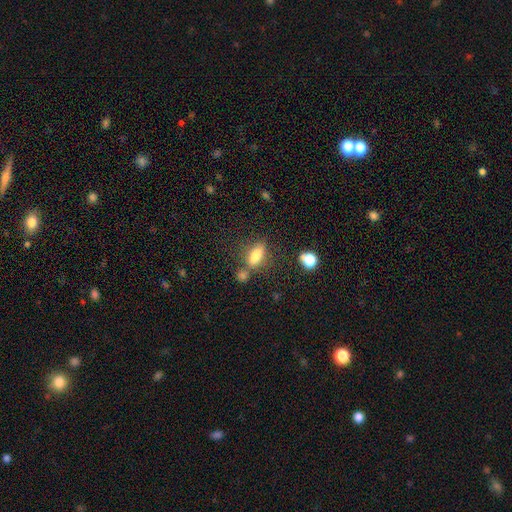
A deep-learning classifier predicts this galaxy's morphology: Smooth or featured? smooth (77%)
How rounded? in between (71%)
Merging? none (61%)